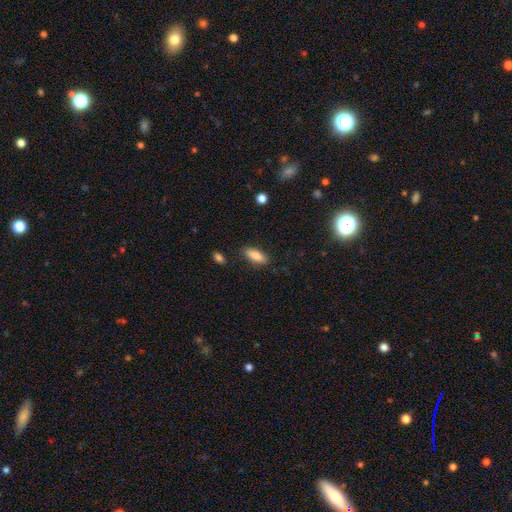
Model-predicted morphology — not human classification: A smooth galaxy with no disk features (85%) that is in between round and cigar-shaped (71%). Merging: none (85%).